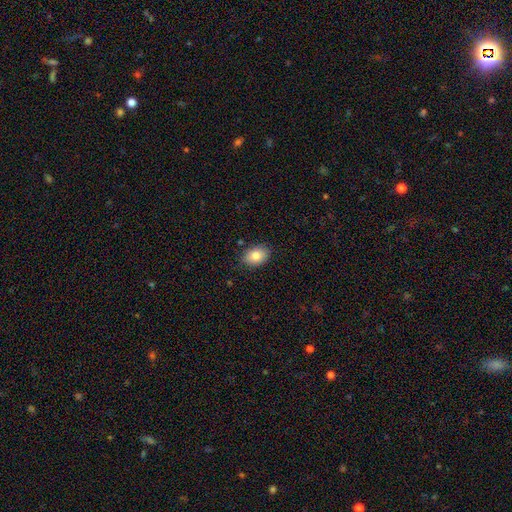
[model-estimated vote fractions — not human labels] smooth_or_featured: smooth (p=0.84) [alt: featured or disk p=0.08]
how_rounded: in between (p=0.83) [alt: round p=0.16]
merging: none (p=0.84) [alt: minor disturbance p=0.13]